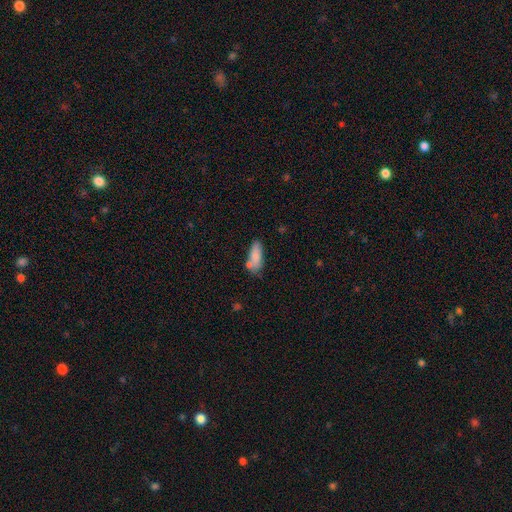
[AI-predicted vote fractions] Smooth or featured? Predicted: smooth (p=0.81). How rounded? Predicted: in between (p=0.74). Merging? Predicted: none (p=0.55).